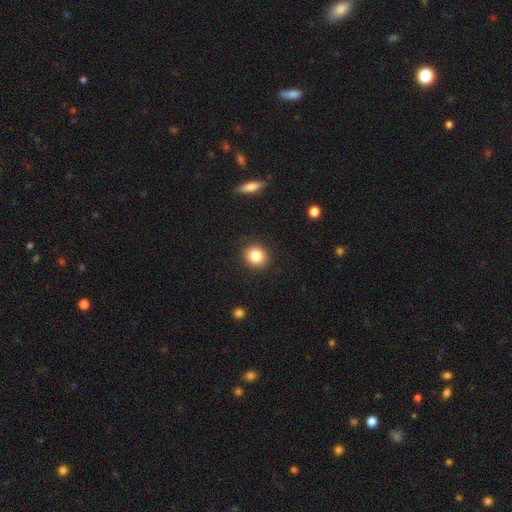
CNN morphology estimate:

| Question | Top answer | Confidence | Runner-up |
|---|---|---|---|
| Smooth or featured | smooth | 83% | star or artifact (10%) |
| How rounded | round | 86% | in between (13%) |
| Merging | none | 91% | minor disturbance (6%) |